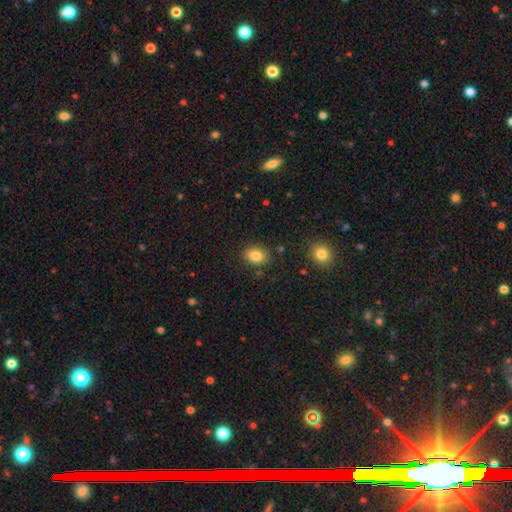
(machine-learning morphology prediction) The model was most divided on "how rounded": in between: 54%, round: 45%, cigar-shaped: 1%. More confident: merging — none (85%); smooth or featured — smooth (84%).